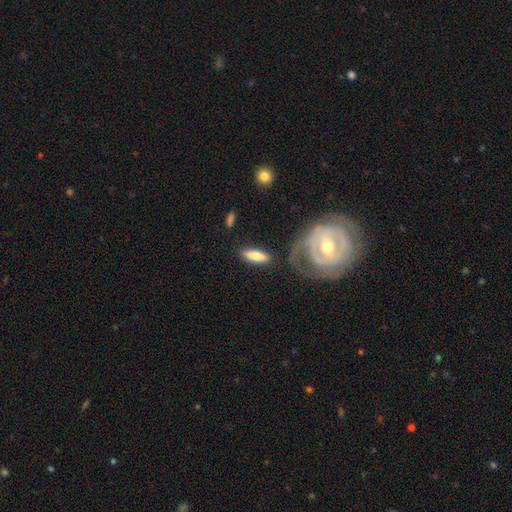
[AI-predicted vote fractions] This is likely a smooth galaxy (71%). How rounded: possibly in between (54%). Merging: likely none (76%).